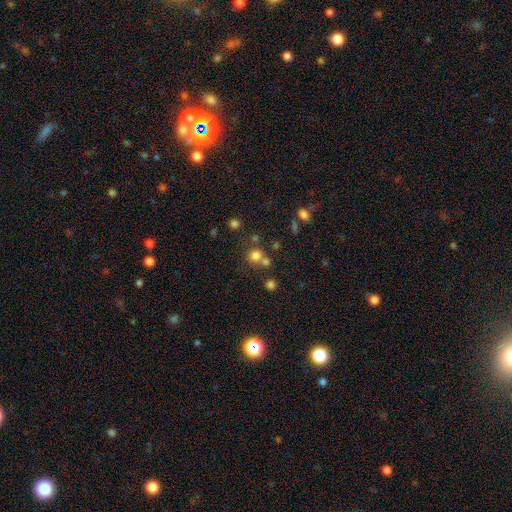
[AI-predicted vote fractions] Q: Smooth or featured?
A: smooth (74%); runner-up: star or artifact (17%)
Q: How rounded?
A: round (89%); runner-up: in between (10%)
Q: Merging?
A: none (60%); runner-up: merger (27%)